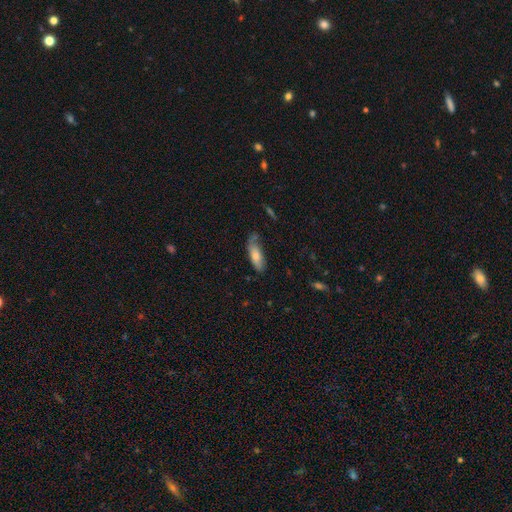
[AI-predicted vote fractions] smooth 70%, featured or disk 24%, star or artifact 6%. Down the decision tree: how rounded — in between (63%); merging — none (51%).